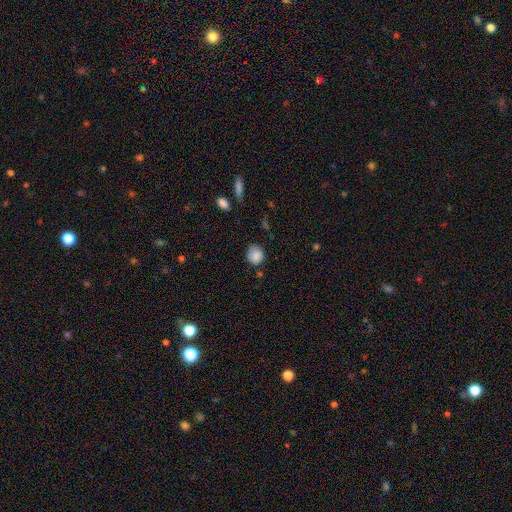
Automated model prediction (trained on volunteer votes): A smooth galaxy with no disk features (86%) that is round (80%).

Vote fractions:
- Smooth or featured? smooth: 86% / star or artifact: 9% / featured or disk: 5%
- How rounded? round: 80% / in between: 19% / cigar-shaped: 1%
- Merging? none: 73% / minor disturbance: 20% / major disturbance: 4% / merger: 3%